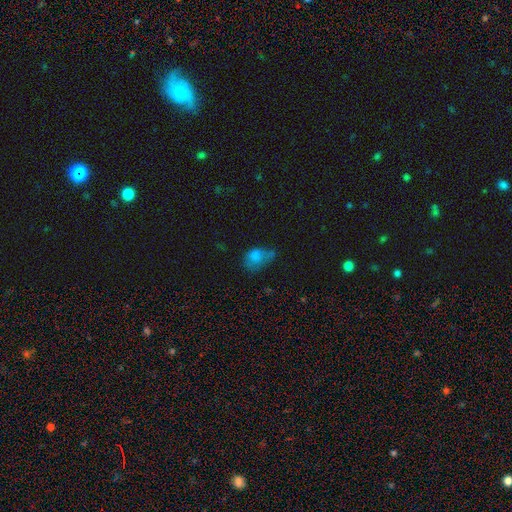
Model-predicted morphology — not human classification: A smooth galaxy with no disk features (70%) that is in between round and cigar-shaped (68%). Merging: minor disturbance (30%).